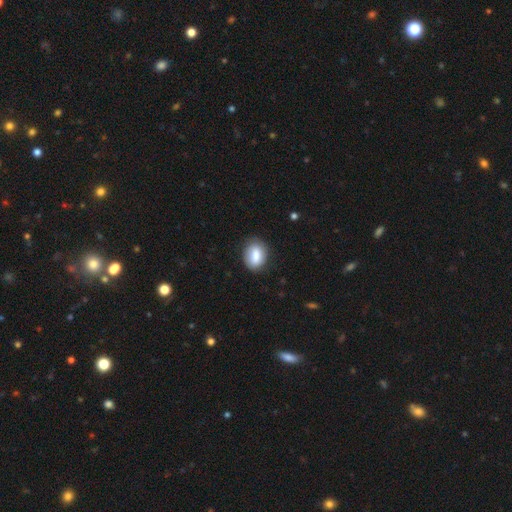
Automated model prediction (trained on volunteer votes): Smooth or featured: smooth — 81% (featured or disk — 11%)
How rounded: in between — 74% (round — 24%)
Merging: none — 81% (minor disturbance — 14%)